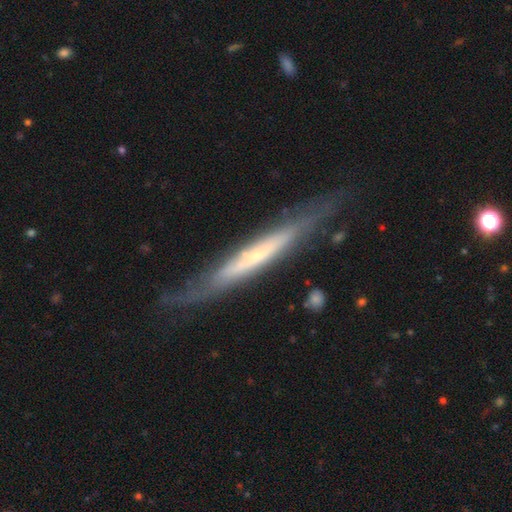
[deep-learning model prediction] Smooth or featured? featured or disk (71%)
Edge-on disk? yes (76%)
Edge-on bulge? none (51%)
Merging? none (72%)